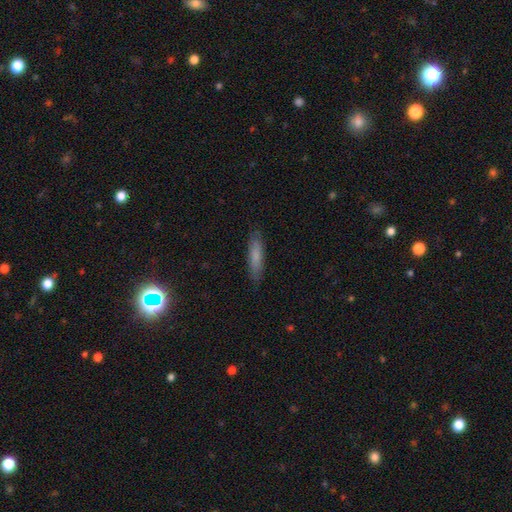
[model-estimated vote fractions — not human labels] The model was most divided on "how rounded": cigar-shaped: 78%, in between: 20%, round: 2%. More confident: merging — none (86%); smooth or featured — smooth (76%).